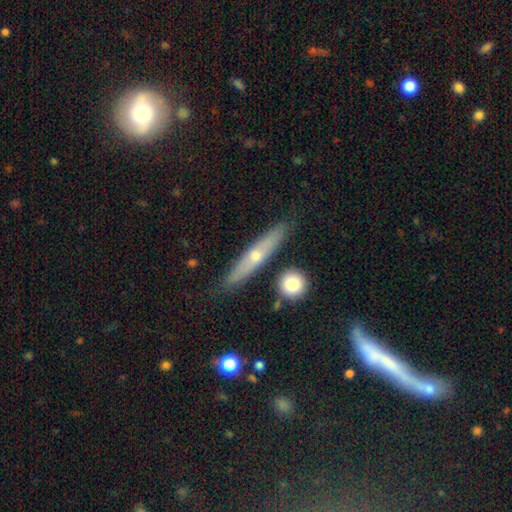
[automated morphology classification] Smooth or featured?
  - featured or disk: 51% *
  - smooth: 42%
  - star or artifact: 7%
Edge-on disk?
  - yes: 85% *
  - no: 15%
Merging?
  - none: 84% *
  - minor disturbance: 10%
  - merger: 4%
  - major disturbance: 2%